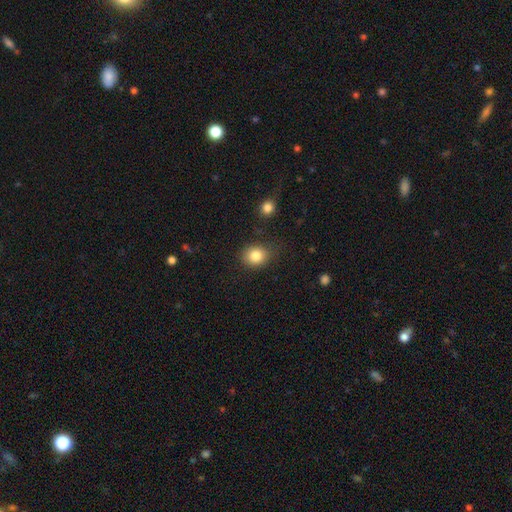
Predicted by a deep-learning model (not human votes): Smooth or featured? Predicted: smooth (p=0.83). How rounded? Predicted: round (p=0.67). Merging? Predicted: none (p=0.75).